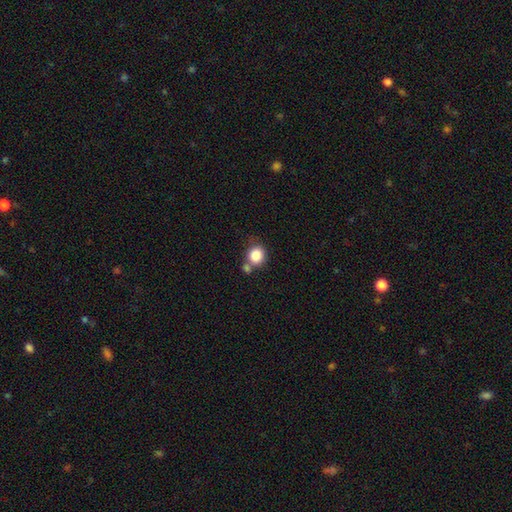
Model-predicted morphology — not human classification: Smooth or featured? Predicted: smooth (p=0.85). How rounded? Predicted: round (p=0.79). Merging? Predicted: none (p=0.56).